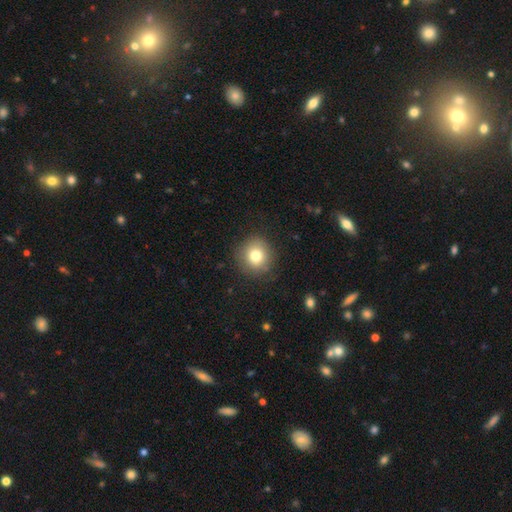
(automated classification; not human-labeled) A smooth galaxy with no disk features (78%) that is round (90%).

Vote fractions:
- Smooth or featured? smooth: 78% / star or artifact: 11% / featured or disk: 11%
- How rounded? round: 90% / in between: 9% / cigar-shaped: 1%
- Merging? none: 86% / minor disturbance: 9% / major disturbance: 3% / merger: 1%